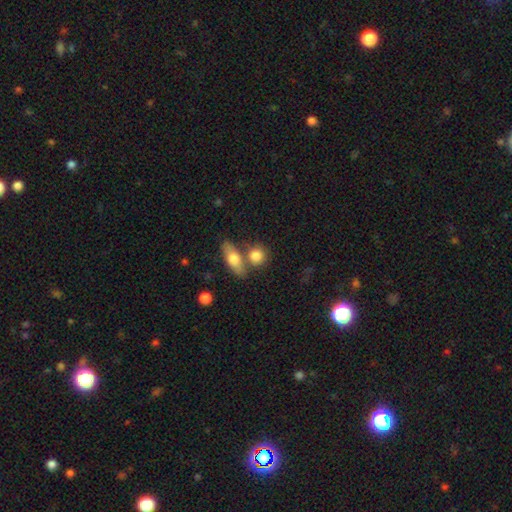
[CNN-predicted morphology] smooth_or_featured: smooth (p=0.80) [alt: featured or disk p=0.14]
how_rounded: round (p=0.57) [alt: in between p=0.36]
merging: none (p=0.55) [alt: merger p=0.31]